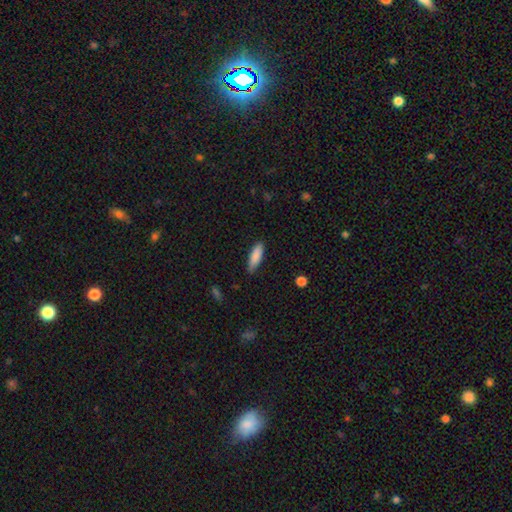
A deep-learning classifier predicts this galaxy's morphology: The model was most divided on "how rounded": cigar-shaped: 51%, in between: 48%, round: 2%. More confident: smooth or featured — smooth (86%); merging — none (81%).